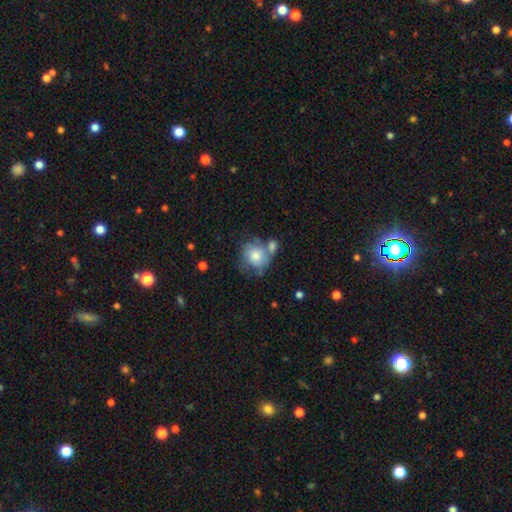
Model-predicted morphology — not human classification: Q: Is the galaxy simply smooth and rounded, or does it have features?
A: smooth — 68%.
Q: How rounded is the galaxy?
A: round — 74%.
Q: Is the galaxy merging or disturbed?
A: none — 37%.